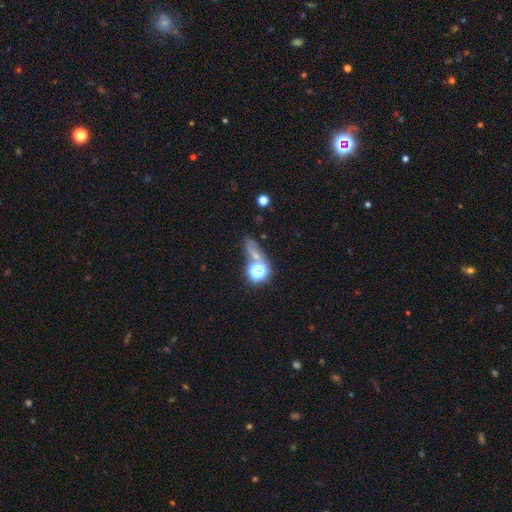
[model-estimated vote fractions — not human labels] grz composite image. It shows a star or artifact, not a galaxy (44%).